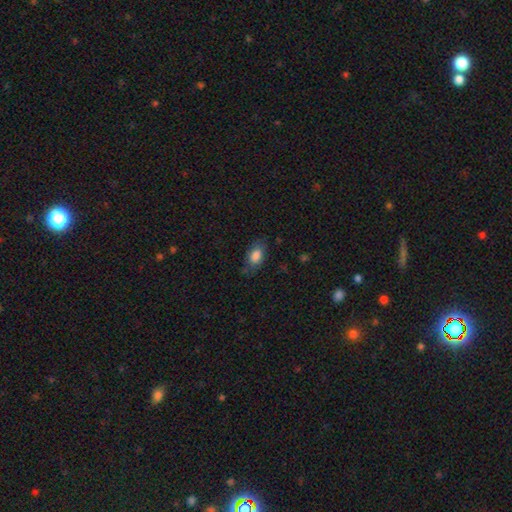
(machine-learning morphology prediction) smooth_or_featured: smooth (p=0.81) [alt: featured or disk p=0.11]
how_rounded: in between (p=0.87) [alt: round p=0.08]
merging: none (p=0.73) [alt: minor disturbance p=0.20]